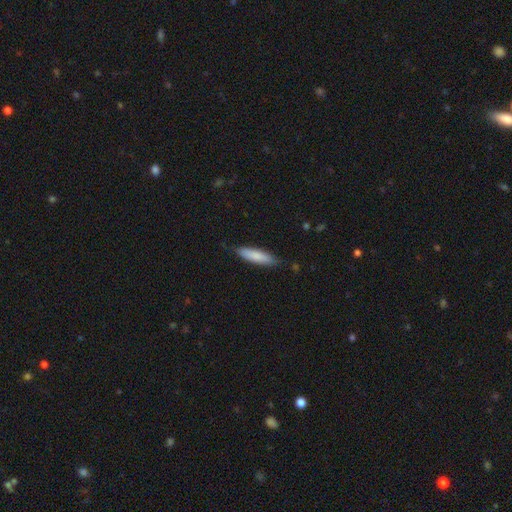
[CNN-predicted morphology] Smooth or featured: smooth — 83% (featured or disk — 12%)
How rounded: cigar-shaped — 70% (in between — 29%)
Merging: none — 82% (minor disturbance — 14%)